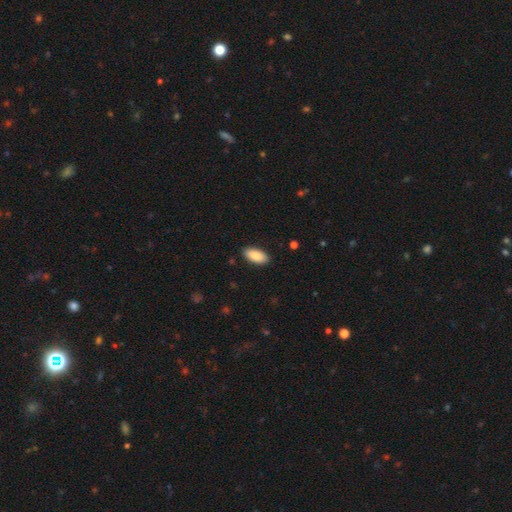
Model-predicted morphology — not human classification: A smooth galaxy with no disk features (88%) that is in between round and cigar-shaped (93%). Merging: none (89%).